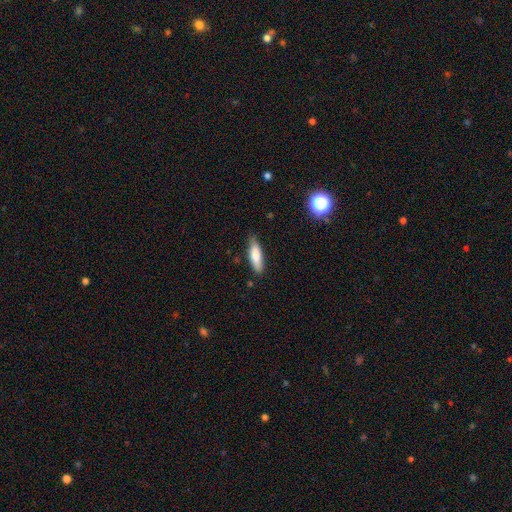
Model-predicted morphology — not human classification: Smooth or featured: smooth — 77% (featured or disk — 16%)
How rounded: cigar-shaped — 55% (in between — 43%)
Merging: none — 78% (minor disturbance — 18%)